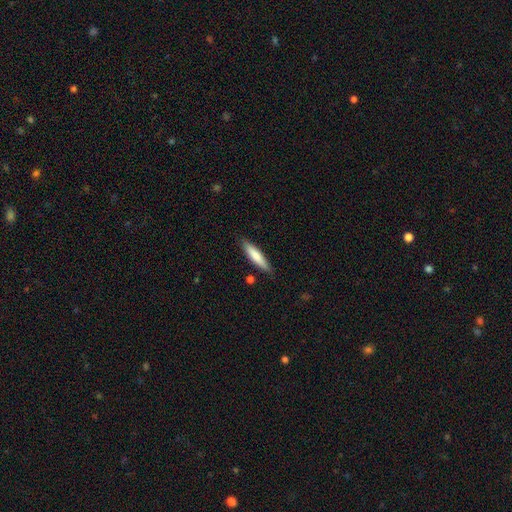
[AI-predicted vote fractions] Morphology: type=smooth (76%); roundness=cigar-shaped (81%); merging=none (86%).